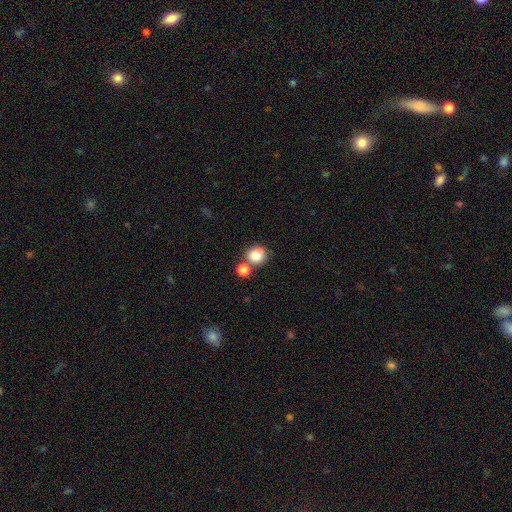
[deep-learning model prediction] Smooth or featured: smooth — 80% (star or artifact — 11%)
How rounded: round — 81% (in between — 18%)
Merging: none — 60% (merger — 25%)